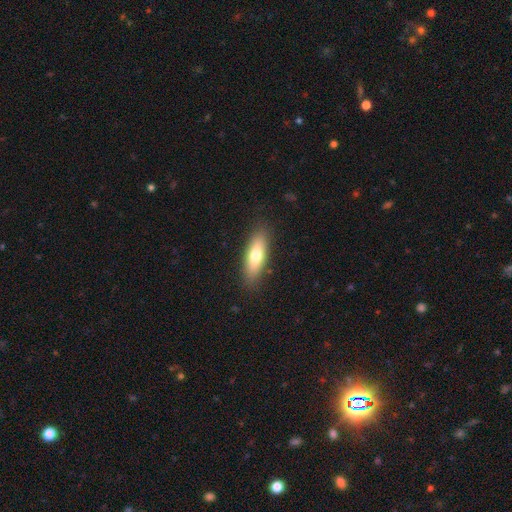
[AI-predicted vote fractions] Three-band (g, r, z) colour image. It shows a smooth galaxy with no disk features (72%) that is in between round and cigar-shaped (58%). Merging: none (86%).